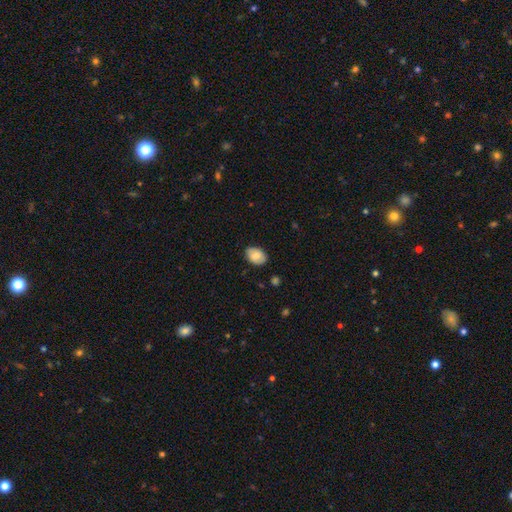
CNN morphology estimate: The model was most divided on "how rounded": in between: 80%, round: 19%, cigar-shaped: 1%. More confident: merging — none (81%); smooth or featured — smooth (78%).